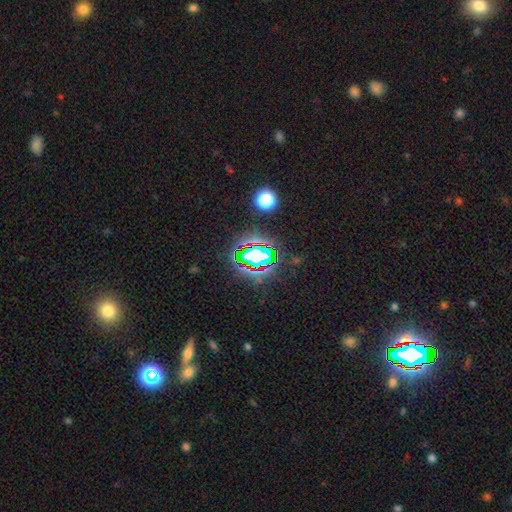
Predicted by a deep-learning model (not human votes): smooth_or_featured: star or artifact (p=0.70) [alt: smooth p=0.17]